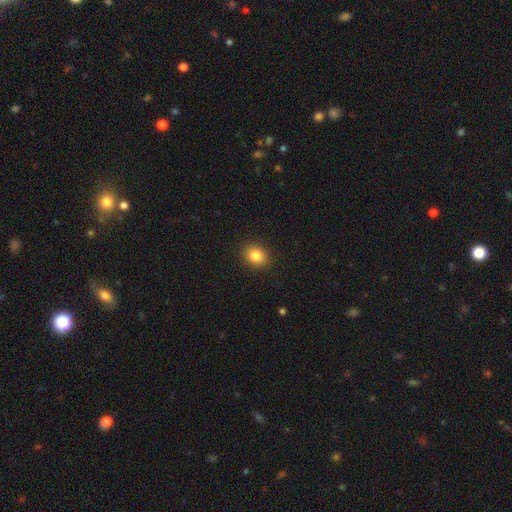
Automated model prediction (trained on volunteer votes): Smooth or featured? smooth (84%)
How rounded? round (56%)
Merging? none (90%)